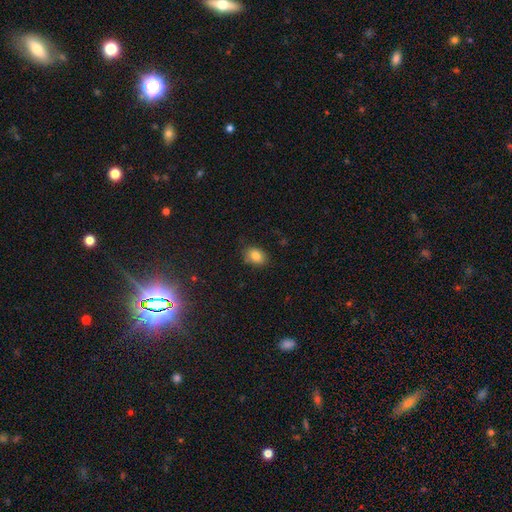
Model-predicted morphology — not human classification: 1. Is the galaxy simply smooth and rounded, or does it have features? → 82% smooth, 10% star or artifact, 8% featured or disk.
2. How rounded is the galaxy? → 79% in between, 20% round, 1% cigar-shaped.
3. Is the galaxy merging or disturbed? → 80% none, 16% minor disturbance, 3% major disturbance, 1% merger.